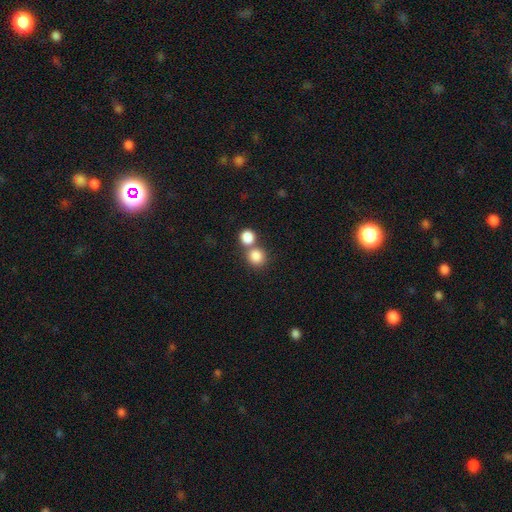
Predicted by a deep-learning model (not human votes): This is clearly a smooth galaxy (83%). How rounded: clearly round (86%). Merging: possibly none (51%).